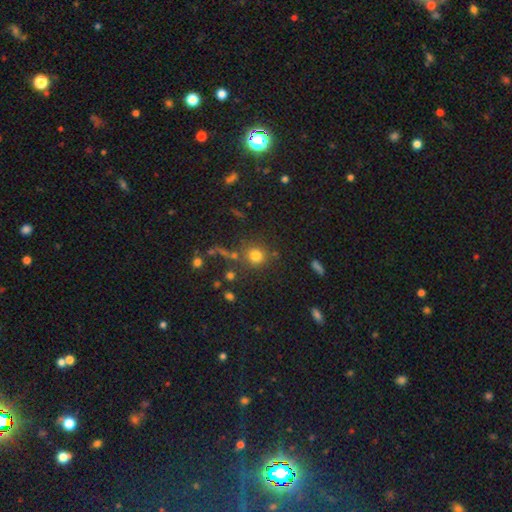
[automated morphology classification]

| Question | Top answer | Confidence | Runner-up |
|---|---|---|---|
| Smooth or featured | smooth | 75% | star or artifact (17%) |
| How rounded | round | 89% | in between (10%) |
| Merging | none | 75% | minor disturbance (10%) |